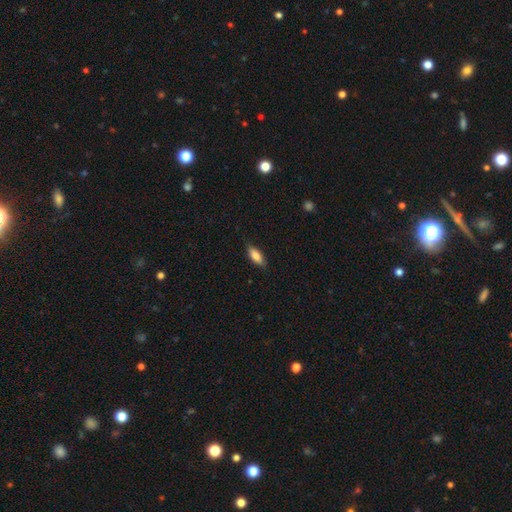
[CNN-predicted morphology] This is clearly a smooth galaxy (81%). How rounded: likely in between (72%). Merging: clearly none (84%).